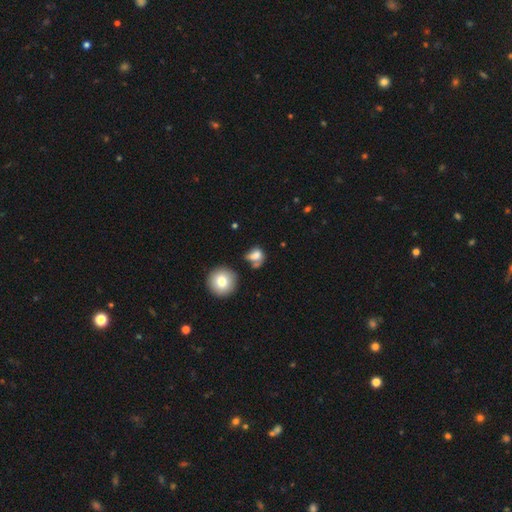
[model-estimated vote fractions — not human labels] A smooth galaxy with no disk features (71%) that is round (54%). Merging: none (39%).